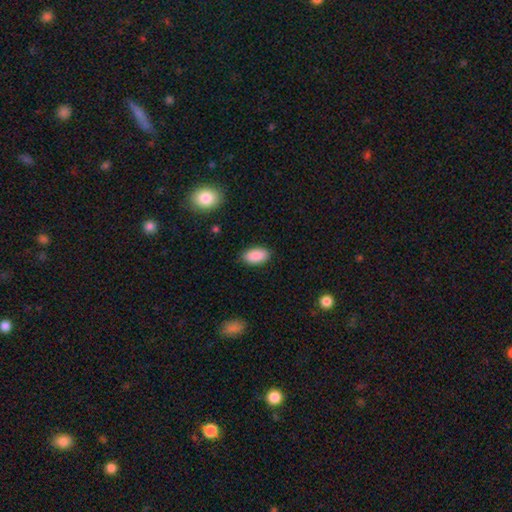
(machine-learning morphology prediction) smooth-or-featured: smooth: 90% | star or artifact: 7% | featured or disk: 3%
  how-rounded: in between: 94% | round: 4% | cigar-shaped: 2%
  merging: none: 86% | minor disturbance: 10% | major disturbance: 2% | merger: 1%